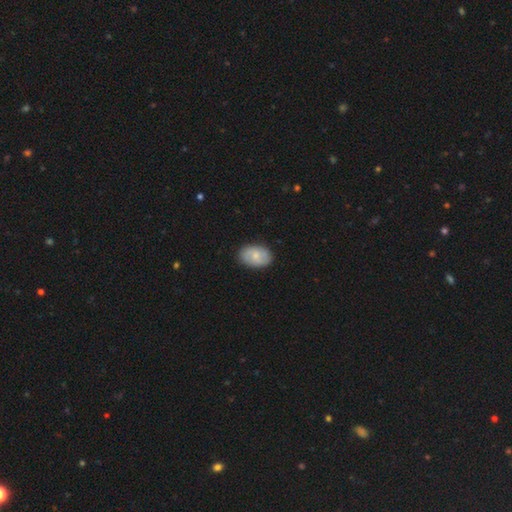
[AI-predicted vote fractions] smooth 62%, featured or disk 32%, star or artifact 6%. Down the decision tree: how rounded — in between (85%); merging — none (84%).